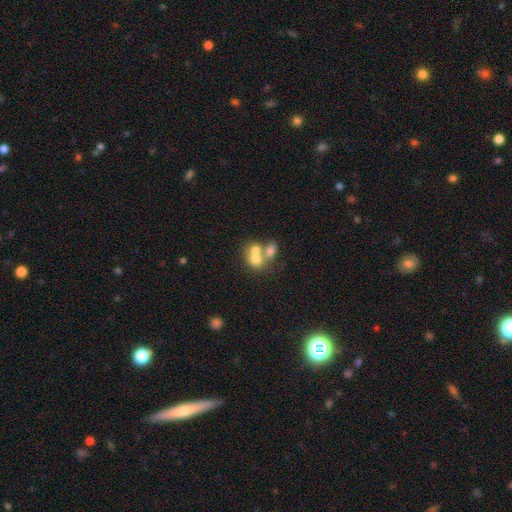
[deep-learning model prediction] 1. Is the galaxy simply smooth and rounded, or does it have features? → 62% smooth, 26% featured or disk, 12% star or artifact.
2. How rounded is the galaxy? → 53% round, 46% in between, 1% cigar-shaped.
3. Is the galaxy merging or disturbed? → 66% merger, 22% none, 6% minor disturbance, 5% major disturbance.